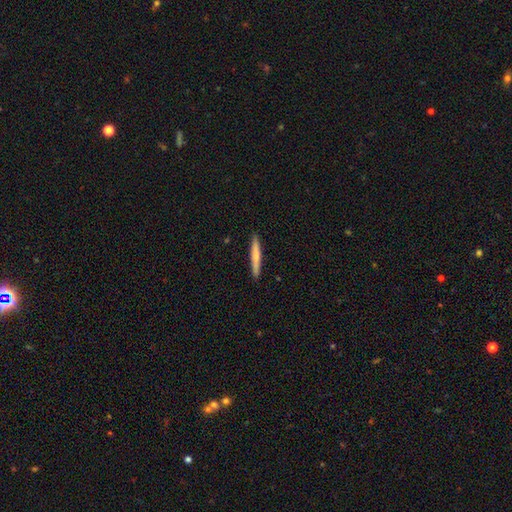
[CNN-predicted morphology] Smooth or featured: smooth — 70% (featured or disk — 25%)
How rounded: cigar-shaped — 96% (in between — 3%)
Merging: none — 91% (minor disturbance — 7%)